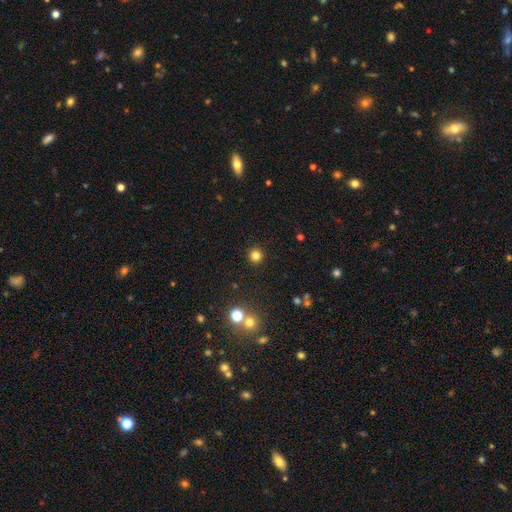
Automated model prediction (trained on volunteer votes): smooth_or_featured: smooth (p=0.81) [alt: star or artifact p=0.14]
how_rounded: round (p=0.95) [alt: in between p=0.04]
merging: none (p=0.92) [alt: minor disturbance p=0.05]